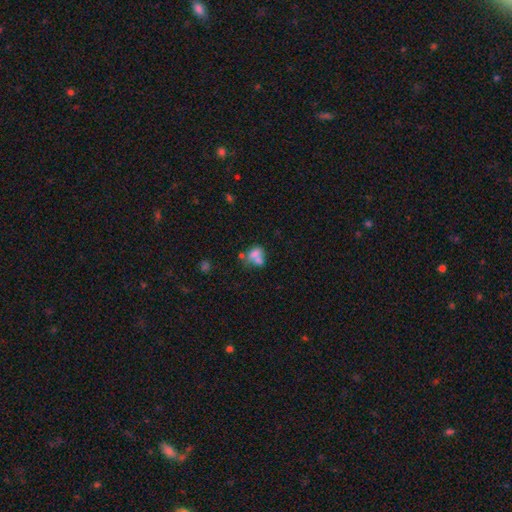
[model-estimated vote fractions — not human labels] Smooth or featured? smooth (64%)
How rounded? in between (67%)
Merging? merger (55%)